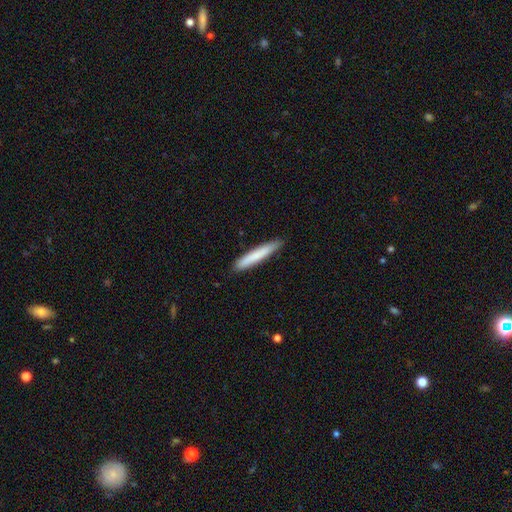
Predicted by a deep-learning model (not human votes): A smooth galaxy with no disk features (77%) that is cigar-shaped (95%).

Vote fractions:
- Smooth or featured? smooth: 77% / featured or disk: 17% / star or artifact: 6%
- How rounded? cigar-shaped: 95% / in between: 4% / round: 1%
- Merging? none: 88% / minor disturbance: 9% / major disturbance: 1% / merger: 1%